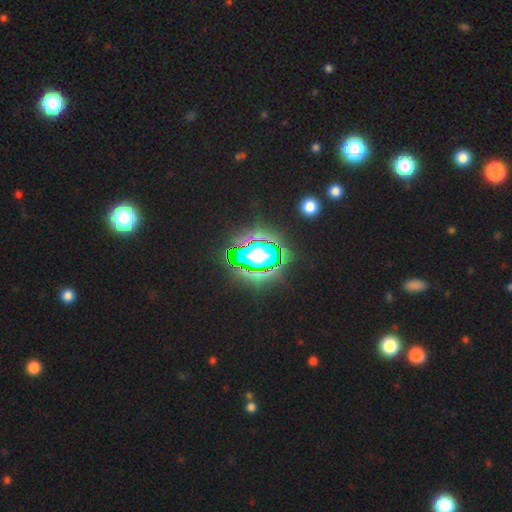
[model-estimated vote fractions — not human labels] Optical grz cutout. It shows a star or artifact, not a galaxy (59%).